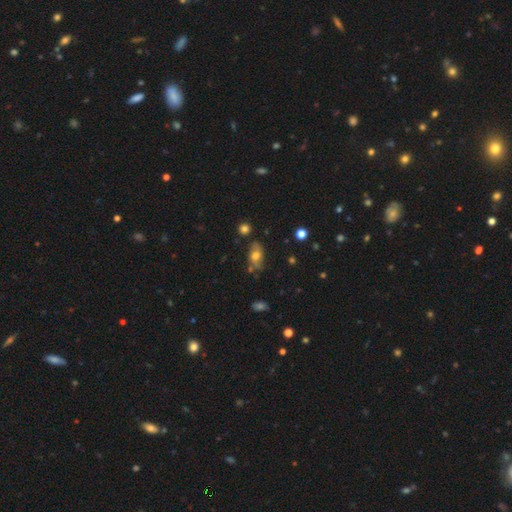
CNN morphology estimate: Smooth or featured?
  - smooth: 60% *
  - featured or disk: 30%
  - star or artifact: 10%
How rounded?
  - in between: 84% *
  - round: 10%
  - cigar-shaped: 6%
Merging?
  - none: 63% *
  - minor disturbance: 23%
  - merger: 7%
  - major disturbance: 7%